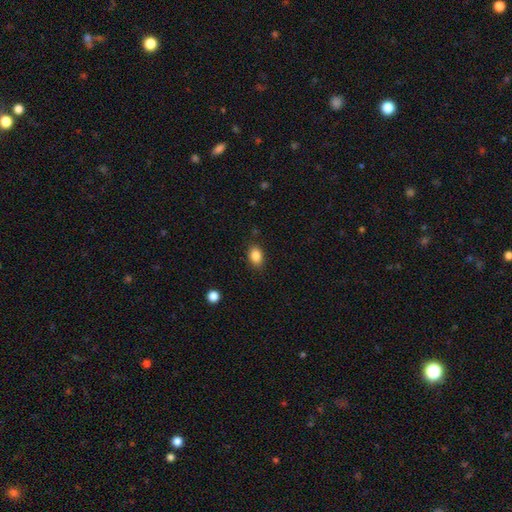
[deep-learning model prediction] Smooth or featured?
  - smooth: 86% *
  - star or artifact: 9%
  - featured or disk: 5%
How rounded?
  - in between: 79% *
  - round: 20%
  - cigar-shaped: 1%
Merging?
  - none: 86% *
  - minor disturbance: 10%
  - major disturbance: 2%
  - merger: 1%